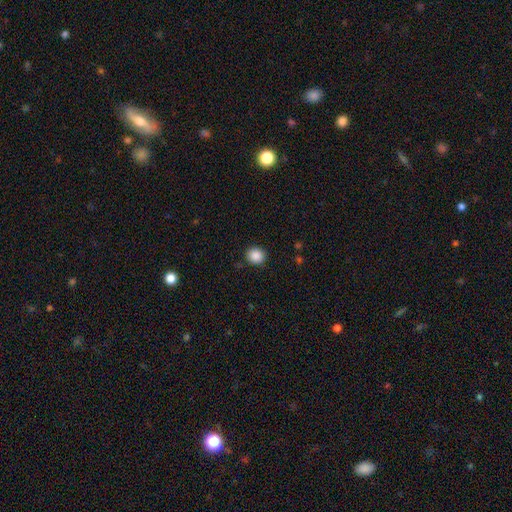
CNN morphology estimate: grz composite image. It shows a smooth galaxy with no disk features (88%) that is round (86%). Merging: none (90%).